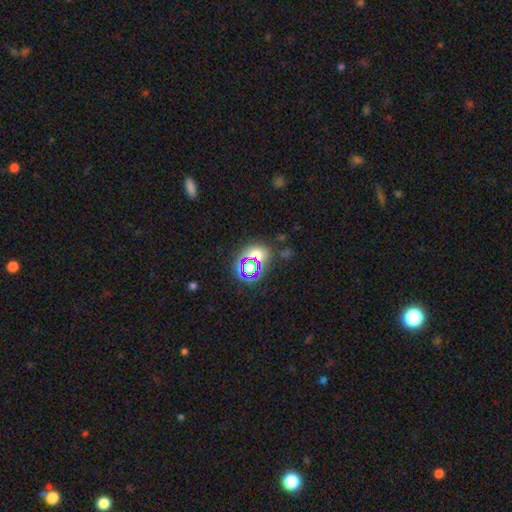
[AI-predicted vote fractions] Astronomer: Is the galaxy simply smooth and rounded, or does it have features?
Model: star or artifact — 48% (runner-up: smooth, 40%).